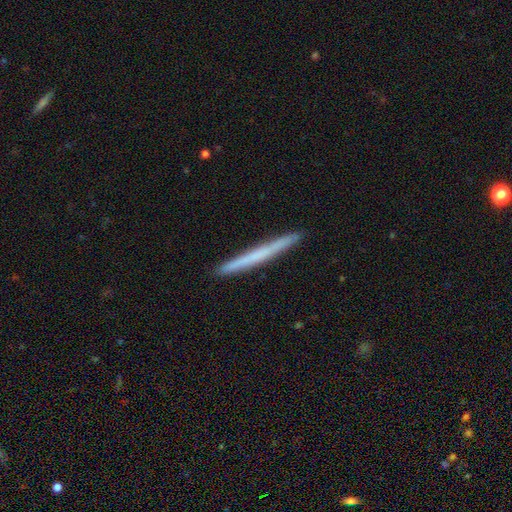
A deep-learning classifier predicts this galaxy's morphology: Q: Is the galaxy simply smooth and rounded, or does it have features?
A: smooth — 53%.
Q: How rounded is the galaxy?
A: cigar-shaped — 97%.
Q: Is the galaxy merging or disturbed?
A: none — 93%.